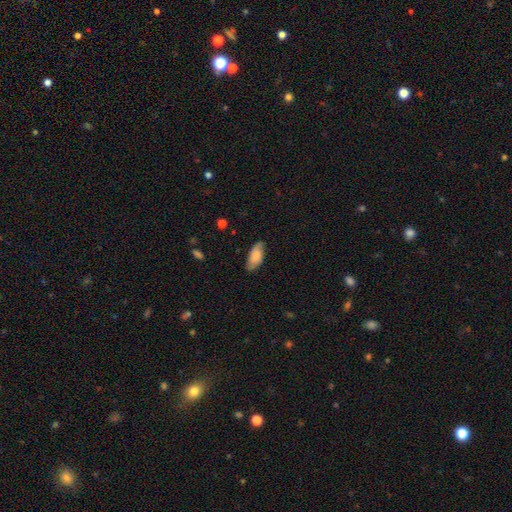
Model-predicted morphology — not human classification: smooth 66%, featured or disk 27%, star or artifact 7%. Down the decision tree: how rounded — in between (88%); merging — none (74%).